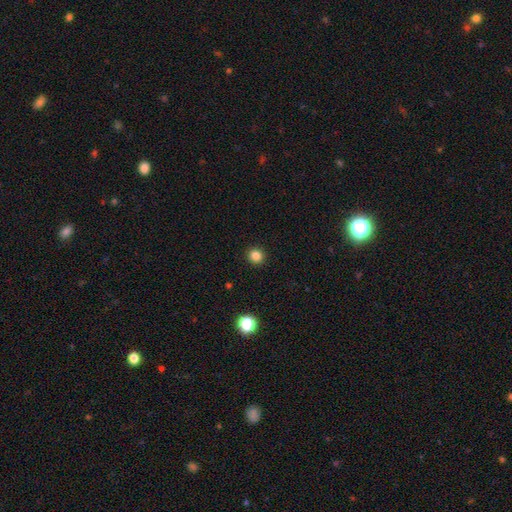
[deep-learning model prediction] smooth 83%, star or artifact 13%, featured or disk 4%. Down the decision tree: how rounded — round (94%); merging — none (93%).